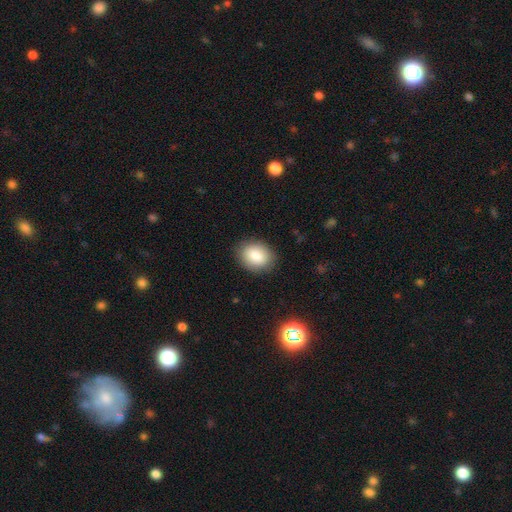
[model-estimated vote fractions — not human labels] A smooth galaxy with no disk features (84%) that is in between round and cigar-shaped (55%). Merging: none (87%).